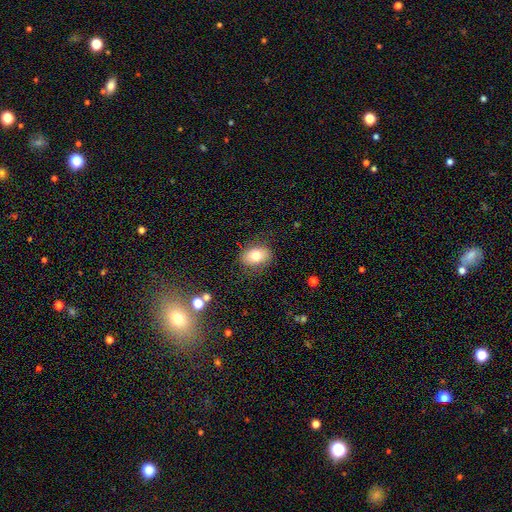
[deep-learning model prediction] A smooth galaxy with no disk features (77%) that is in between round and cigar-shaped (79%). Merging: none (81%).